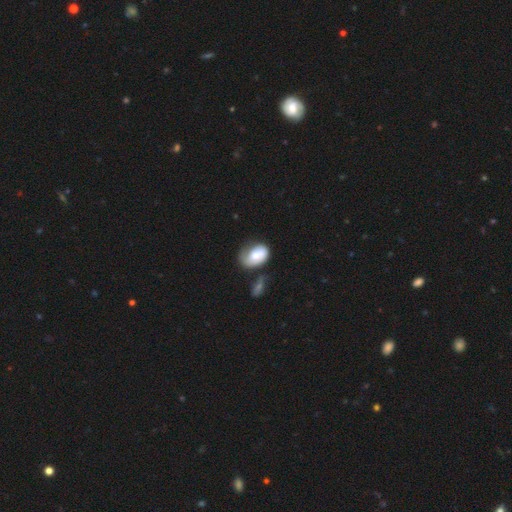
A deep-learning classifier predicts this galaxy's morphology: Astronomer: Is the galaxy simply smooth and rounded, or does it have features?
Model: smooth — 47% (runner-up: featured or disk, 46%).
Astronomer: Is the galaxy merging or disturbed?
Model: none — 39% (runner-up: minor disturbance, 29%).